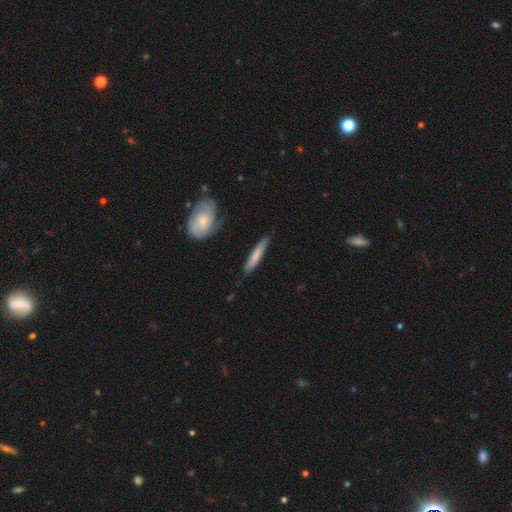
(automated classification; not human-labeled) This appears to be a smooth galaxy with no disk features (65%) that is cigar-shaped (91%). Merging: none (80%).